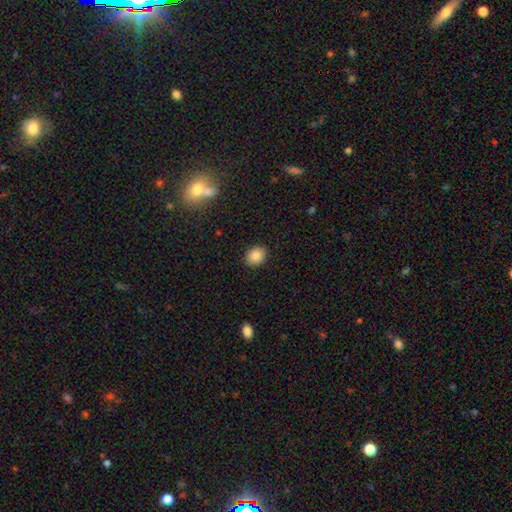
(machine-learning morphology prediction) This appears to be a smooth galaxy with no disk features (86%) that is round (57%). Merging: none (90%).